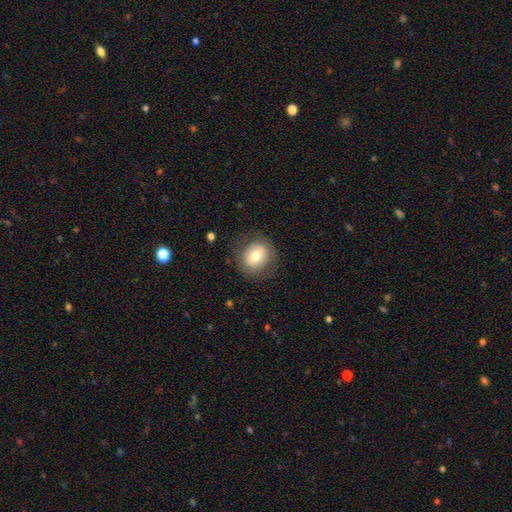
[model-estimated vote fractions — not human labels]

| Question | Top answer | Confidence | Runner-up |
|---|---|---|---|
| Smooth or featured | smooth | 67% | featured or disk (24%) |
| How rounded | round | 76% | in between (23%) |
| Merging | none | 80% | minor disturbance (13%) |